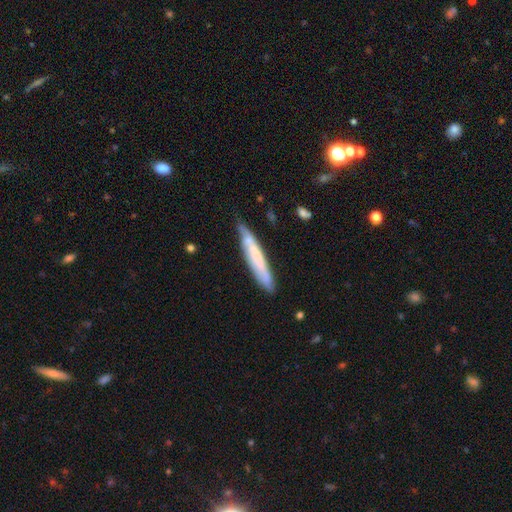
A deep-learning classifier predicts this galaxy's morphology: The model was most divided on "smooth or featured": smooth: 48%, featured or disk: 45%, star or artifact: 7%. More confident: merging — none (72%).